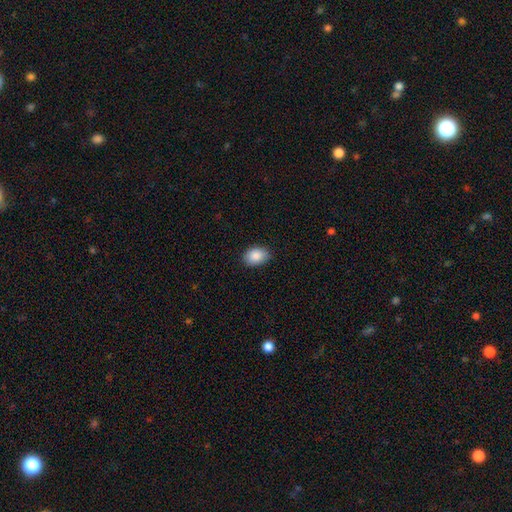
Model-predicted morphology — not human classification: A smooth galaxy with no disk features (88%) that is in between round and cigar-shaped (76%). Merging: none (86%).